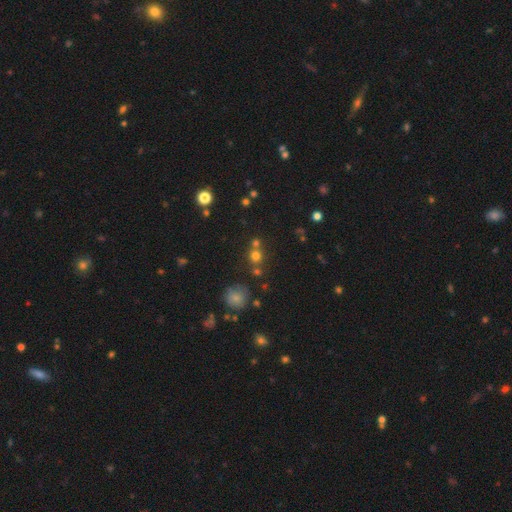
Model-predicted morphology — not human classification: Overall: smooth (69%). How rounded: round (89%). Merging: none (62%; merger 27%).